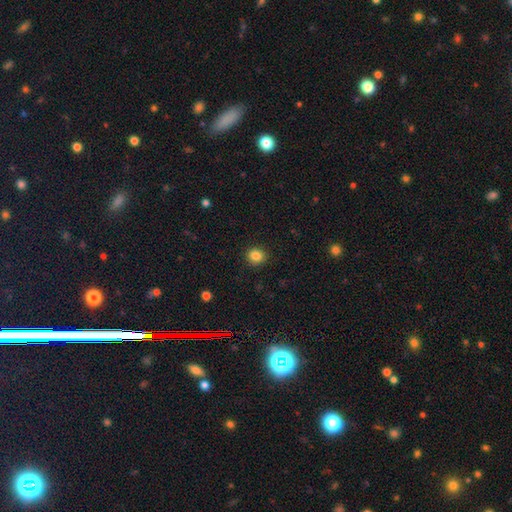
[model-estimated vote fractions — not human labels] The model was most divided on "how rounded": round: 83%, in between: 16%, cigar-shaped: 1%. More confident: merging — none (91%); smooth or featured — smooth (85%).